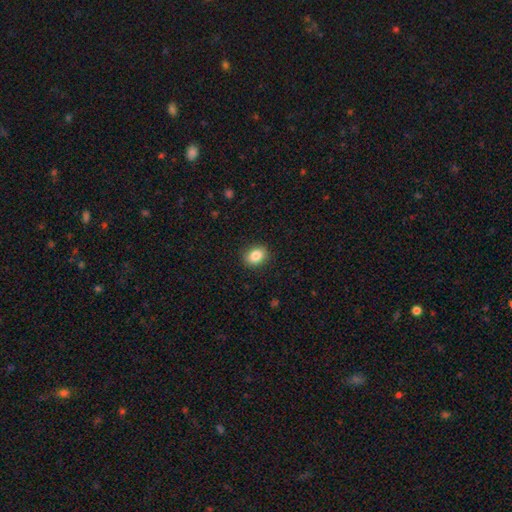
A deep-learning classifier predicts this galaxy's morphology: type=smooth (86%); roundness=in between (65%); merging=none (89%).